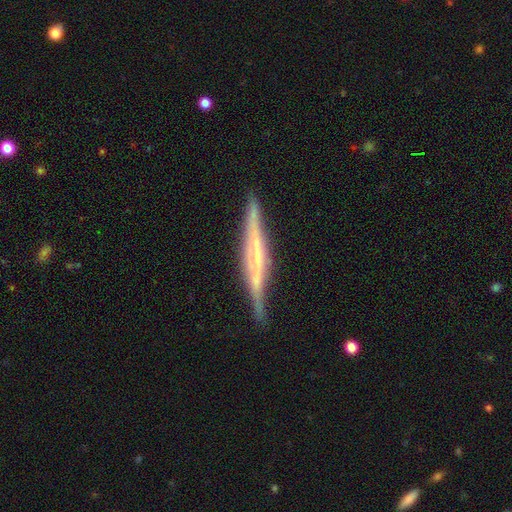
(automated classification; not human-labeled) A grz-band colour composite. It shows a featured or disk galaxy (74%) viewed edge-on (97%) with no central bulge (38%). Merging: none (82%).